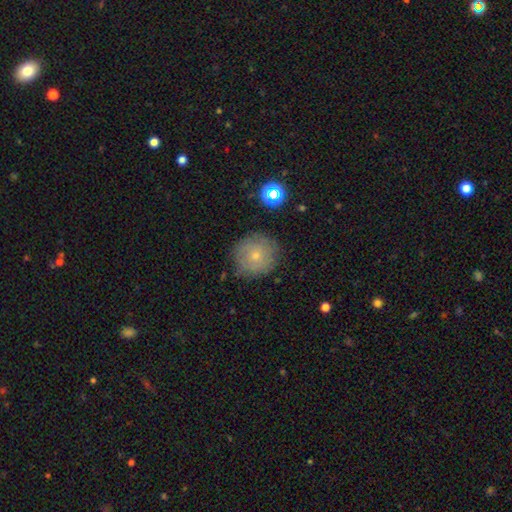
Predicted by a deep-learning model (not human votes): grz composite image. It shows a smooth galaxy with no disk features (61%) that is round (93%). Merging: none (81%).